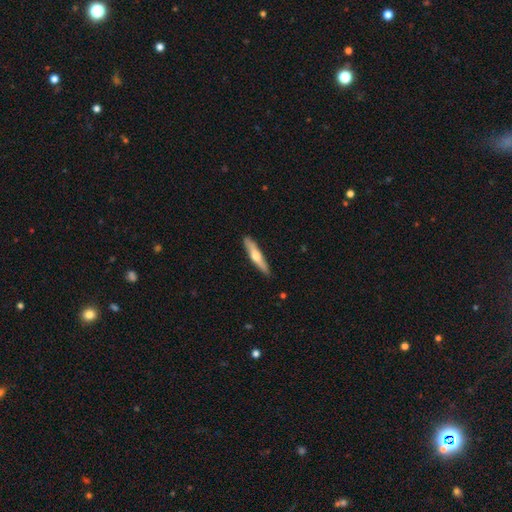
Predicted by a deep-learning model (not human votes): This appears to be a featured or disk galaxy (48%). Merging: none (88%).